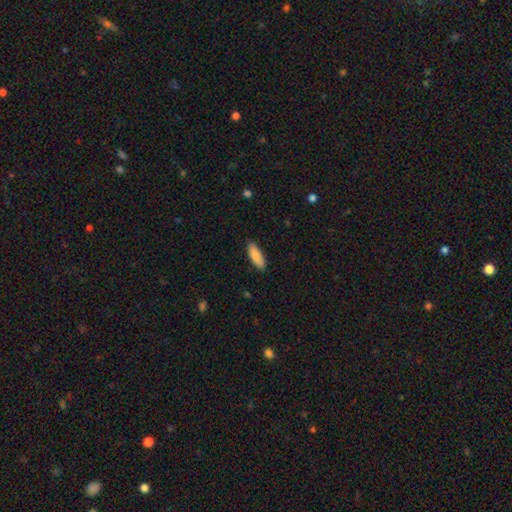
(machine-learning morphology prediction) A smooth galaxy with no disk features (83%) that is in between round and cigar-shaped (62%).

Vote fractions:
- Smooth or featured? smooth: 83% / featured or disk: 11% / star or artifact: 6%
- How rounded? in between: 62% / cigar-shaped: 37% / round: 2%
- Merging? none: 88% / minor disturbance: 9% / major disturbance: 2% / merger: 1%